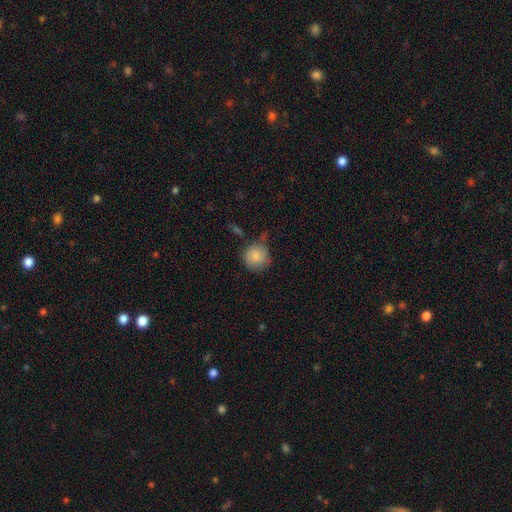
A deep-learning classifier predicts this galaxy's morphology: This appears to be a smooth galaxy with no disk features (84%) that is round (91%). Merging: none (66%).